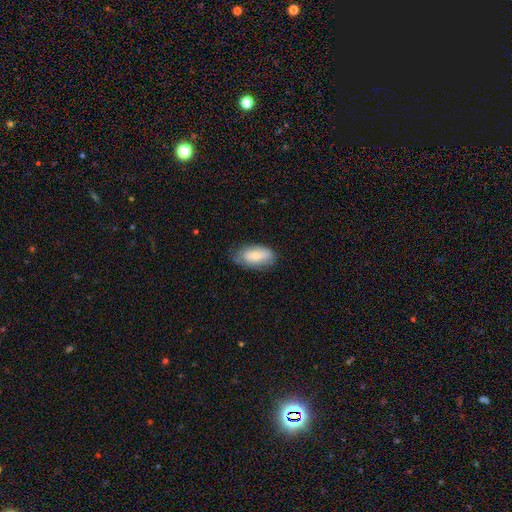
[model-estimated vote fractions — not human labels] The model was most divided on "merging": none: 63%, minor disturbance: 28%, major disturbance: 7%, merger: 2%. More confident: how rounded — in between (92%); smooth or featured — smooth (70%).